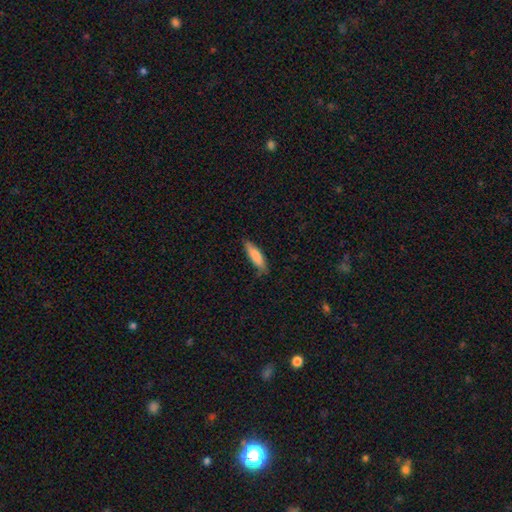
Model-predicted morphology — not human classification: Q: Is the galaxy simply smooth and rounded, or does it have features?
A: smooth — 84%.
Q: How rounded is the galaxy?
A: cigar-shaped — 63%.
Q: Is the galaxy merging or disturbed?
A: none — 75%.